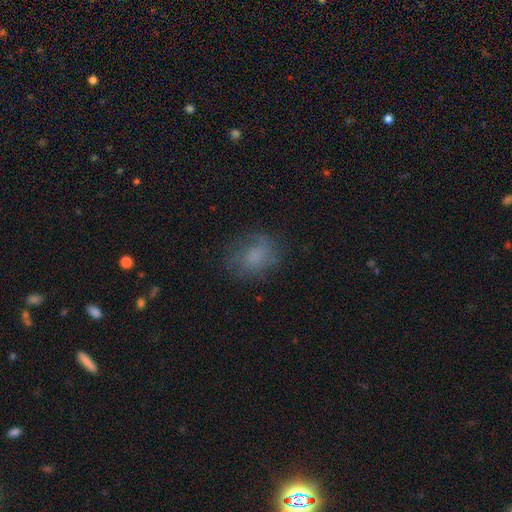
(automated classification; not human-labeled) Smooth or featured? Predicted: smooth (p=0.64). How rounded? Predicted: in between (p=0.51). Merging? Predicted: none (p=0.63).